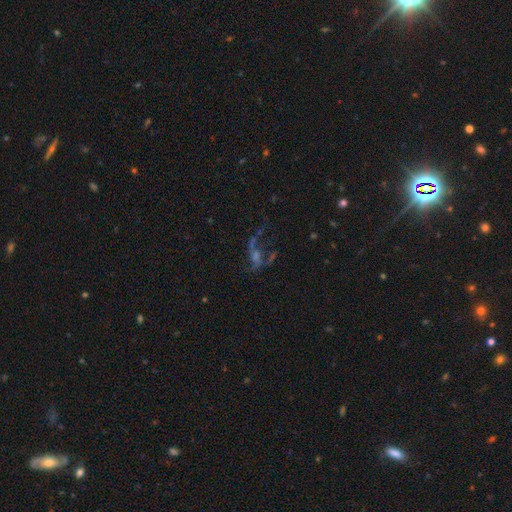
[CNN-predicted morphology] smooth-or-featured: featured or disk: 56% | star or artifact: 26% | smooth: 18%
  disk-edge-on: no: 93% | yes: 7%
    bar: no: 64% | weak: 25% | strong: 11%
    has-spiral-arms: yes: 59% | no: 41%
    bulge-size: none: 36% | small: 29% | moderate: 25% | large: 7% | dominant: 3%
  merging: major disturbance: 39% | none: 37% | minor disturbance: 13% | merger: 11%